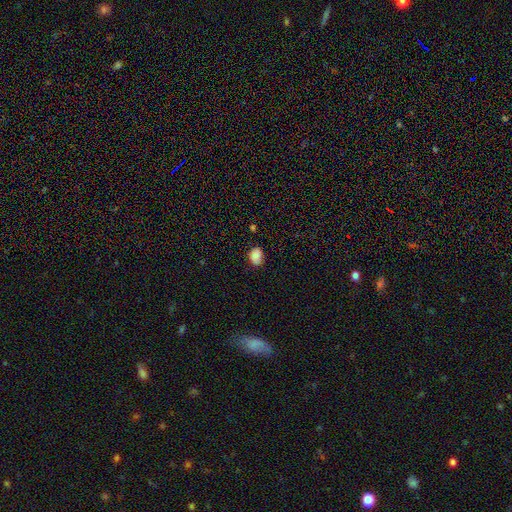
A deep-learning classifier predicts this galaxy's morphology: Overall: smooth (85%). How rounded: in between (68%; round 31%). Merging: none (73%).